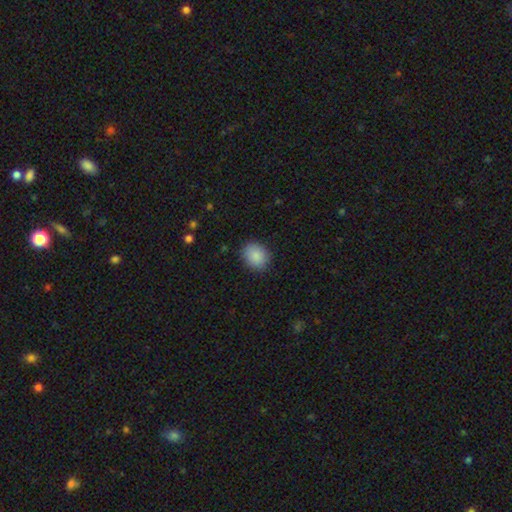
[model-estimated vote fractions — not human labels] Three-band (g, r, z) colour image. It shows a smooth galaxy with no disk features (88%) that is round (62%). Merging: none (86%).